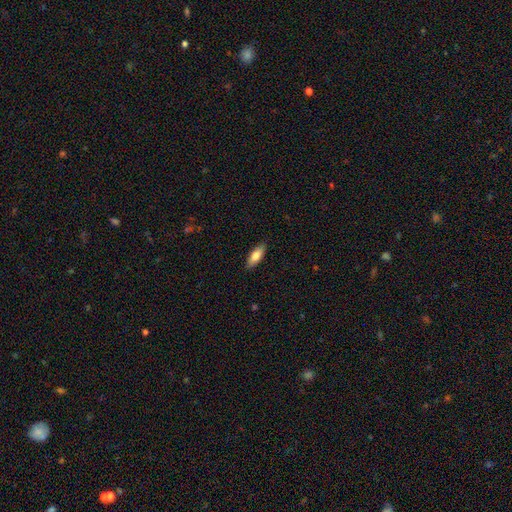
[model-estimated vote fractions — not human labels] smooth 76%, featured or disk 18%, star or artifact 6%. Down the decision tree: how rounded — in between (63%); merging — none (88%).